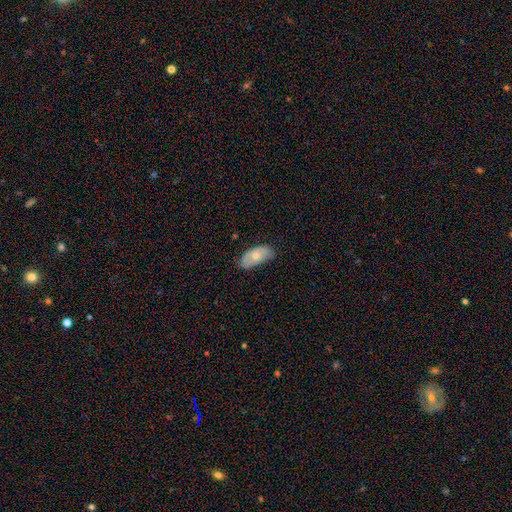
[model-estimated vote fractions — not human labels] Smooth or featured: smooth — 62% (featured or disk — 32%)
How rounded: in between — 93% (round — 4%)
Merging: none — 58% (minor disturbance — 33%)